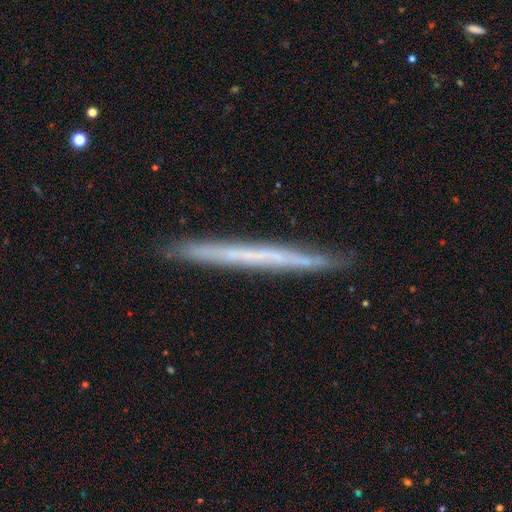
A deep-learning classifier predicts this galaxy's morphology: Smooth or featured? Predicted: featured or disk (p=0.55). Edge-on disk? Predicted: yes (p=0.96). Edge-on bulge? Predicted: none (p=0.93). Merging? Predicted: none (p=0.89).